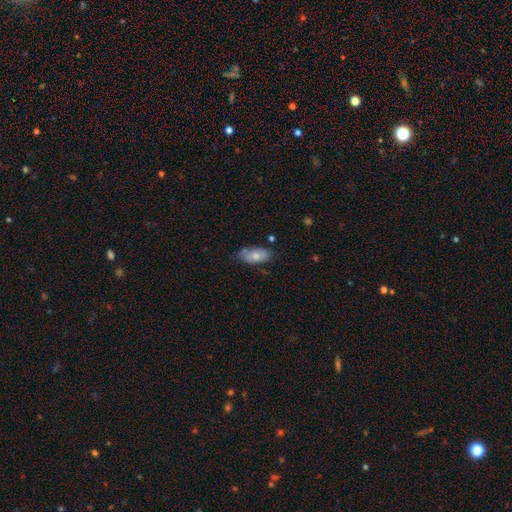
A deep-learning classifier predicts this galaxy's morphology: The model was most divided on "merging": none: 67%, minor disturbance: 24%, major disturbance: 5%, merger: 4%. More confident: how rounded — in between (90%); smooth or featured — smooth (74%).